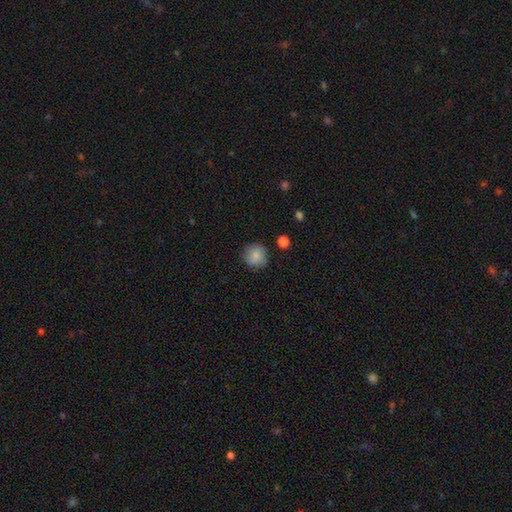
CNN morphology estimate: A smooth galaxy with no disk features (85%) that is round (92%).

Vote fractions:
- Smooth or featured? smooth: 85% / star or artifact: 8% / featured or disk: 7%
- How rounded? round: 92% / in between: 7% / cigar-shaped: 1%
- Merging? none: 85% / minor disturbance: 11% / major disturbance: 3% / merger: 2%